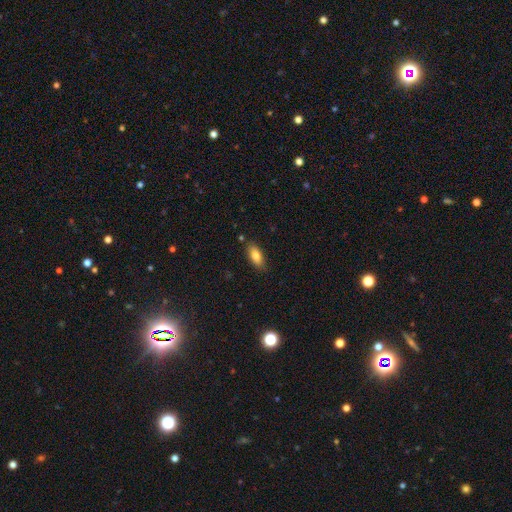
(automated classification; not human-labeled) smooth-or-featured: smooth: 82% | featured or disk: 11% | star or artifact: 7%
  how-rounded: in between: 84% | cigar-shaped: 13% | round: 3%
  merging: none: 83% | minor disturbance: 13% | major disturbance: 2% | merger: 2%